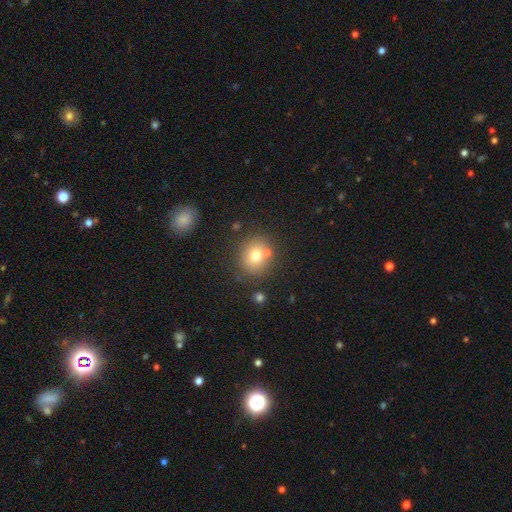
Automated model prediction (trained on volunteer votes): Smooth or featured? smooth (72%)
How rounded? round (78%)
Merging? none (72%)